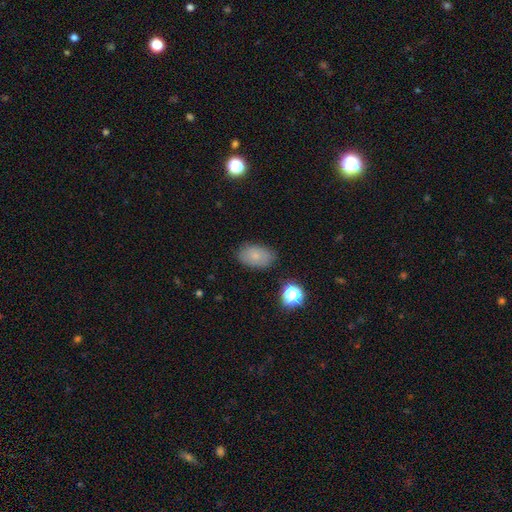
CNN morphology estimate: This appears to be a smooth galaxy with no disk features (78%) that is in between round and cigar-shaped (88%). Merging: none (81%).